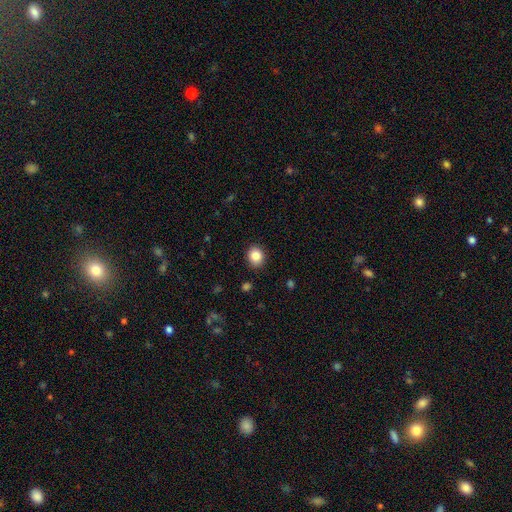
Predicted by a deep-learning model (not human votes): smooth 86%, star or artifact 9%, featured or disk 5%. Down the decision tree: how rounded — round (72%); merging — none (89%).